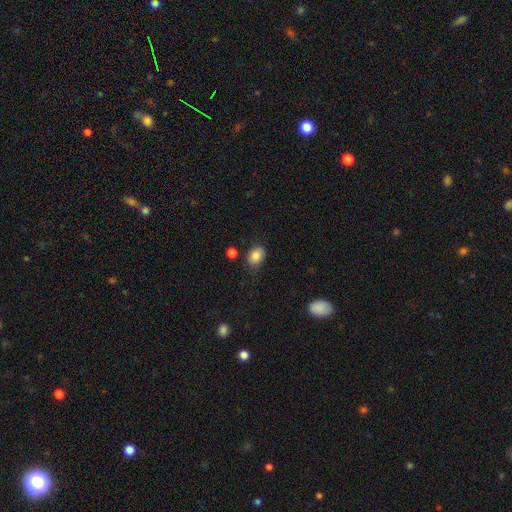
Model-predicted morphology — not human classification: smooth-or-featured: smooth: 84% | star or artifact: 9% | featured or disk: 7%
  how-rounded: in between: 64% | round: 35% | cigar-shaped: 1%
  merging: none: 70% | minor disturbance: 22% | major disturbance: 5% | merger: 4%